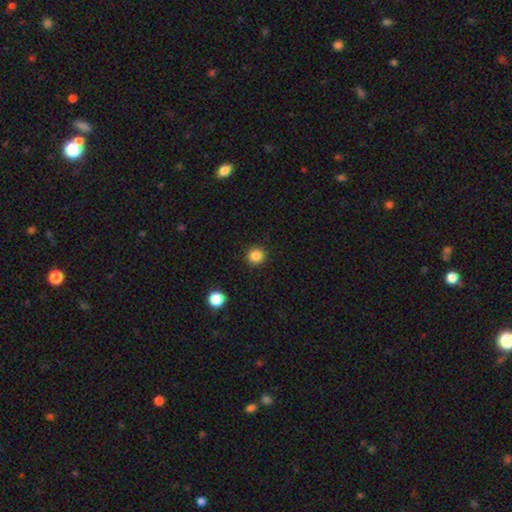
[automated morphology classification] This appears to be a smooth galaxy with no disk features (85%) that is round (95%). Merging: none (93%).